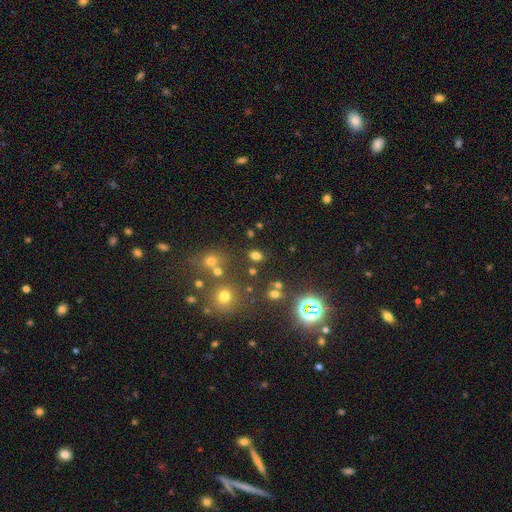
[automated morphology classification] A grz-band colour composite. It shows a smooth galaxy with no disk features (67%) that is in between round and cigar-shaped (65%). Merging: none (76%).